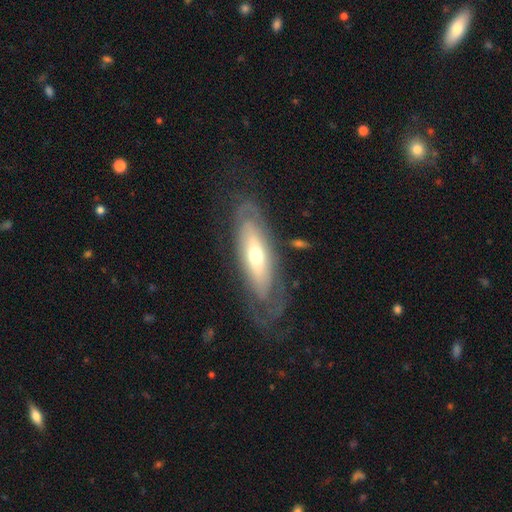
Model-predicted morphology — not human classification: Smooth or featured?
  - featured or disk: 68% *
  - smooth: 27%
  - star or artifact: 5%
Edge-on disk?
  - no: 75% *
  - yes: 25%
Bar?
  - no: 69% *
  - weak: 19%
  - strong: 12%
Spiral arms?
  - yes: 60% *
  - no: 40%
Bulge size?
  - moderate: 63% *
  - small: 26%
  - large: 8%
  - dominant: 2%
  - none: 1%
Merging?
  - none: 64% *
  - minor disturbance: 19%
  - major disturbance: 15%
  - merger: 2%